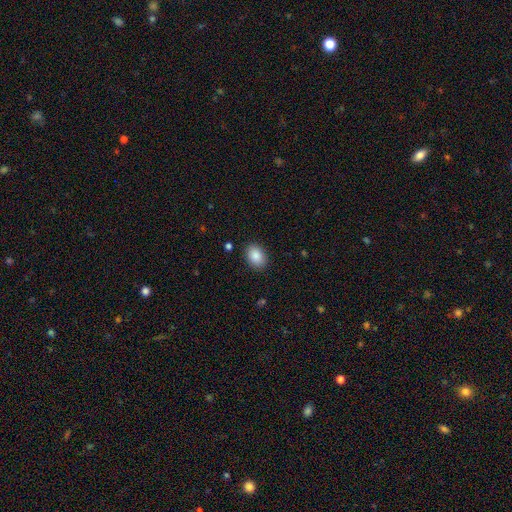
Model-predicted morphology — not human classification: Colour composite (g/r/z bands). It shows a smooth galaxy with no disk features (88%) that is in between round and cigar-shaped (75%). Merging: none (88%).